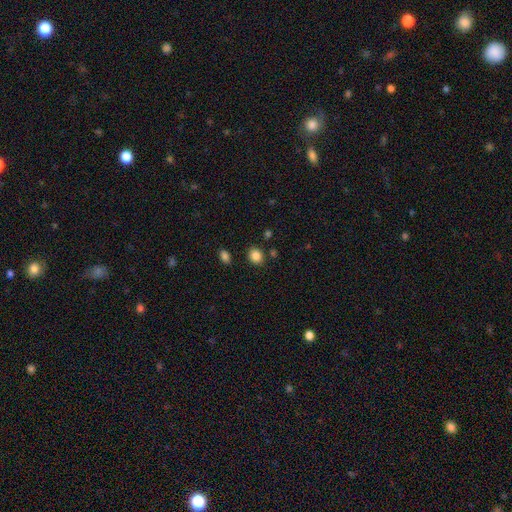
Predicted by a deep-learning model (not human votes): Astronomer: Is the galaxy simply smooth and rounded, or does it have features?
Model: smooth — 86%.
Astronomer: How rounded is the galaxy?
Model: round — 63%.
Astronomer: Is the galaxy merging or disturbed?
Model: none — 84%.